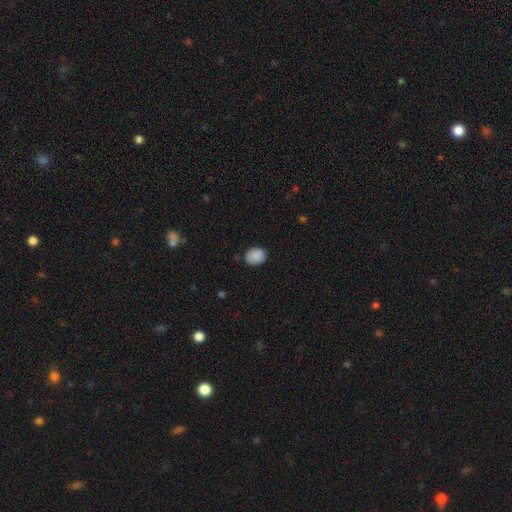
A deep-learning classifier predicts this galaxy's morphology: smooth 88%, star or artifact 8%, featured or disk 4%. Down the decision tree: how rounded — in between (55%); merging — none (80%).